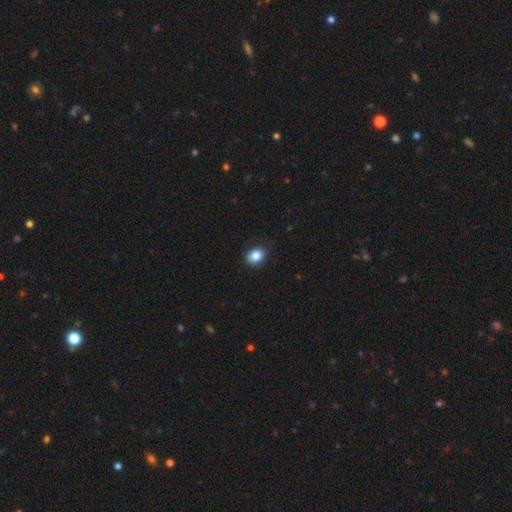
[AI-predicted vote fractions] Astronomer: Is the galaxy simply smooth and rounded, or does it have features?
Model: smooth — 84%.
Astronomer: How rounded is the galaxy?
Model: round — 54% (runner-up: in between, 45%).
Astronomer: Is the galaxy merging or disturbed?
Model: none — 80%.